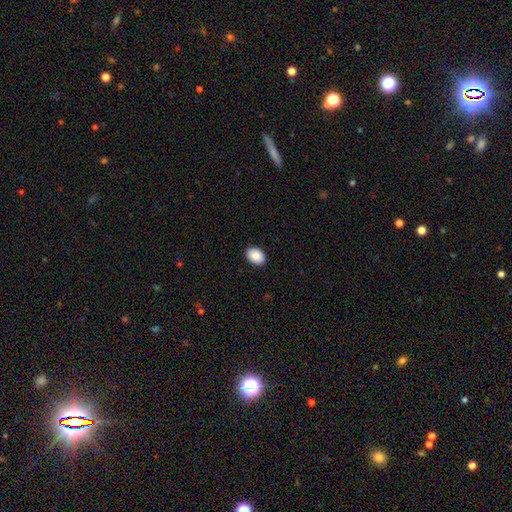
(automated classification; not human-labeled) smooth 88%, star or artifact 7%, featured or disk 5%. Down the decision tree: how rounded — in between (77%); merging — none (90%).